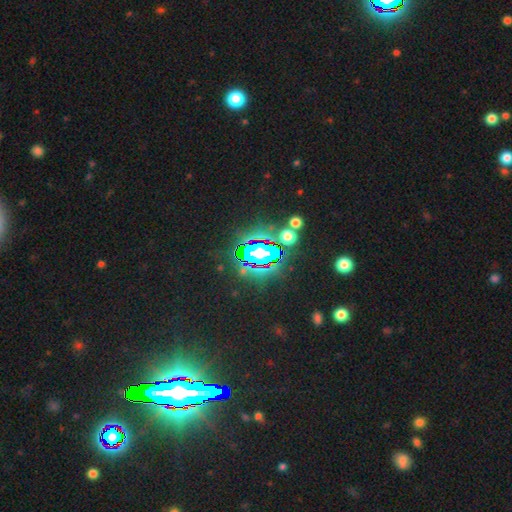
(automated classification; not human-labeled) The model was most divided on "smooth or featured": star or artifact: 76%, smooth: 14%, featured or disk: 10%.